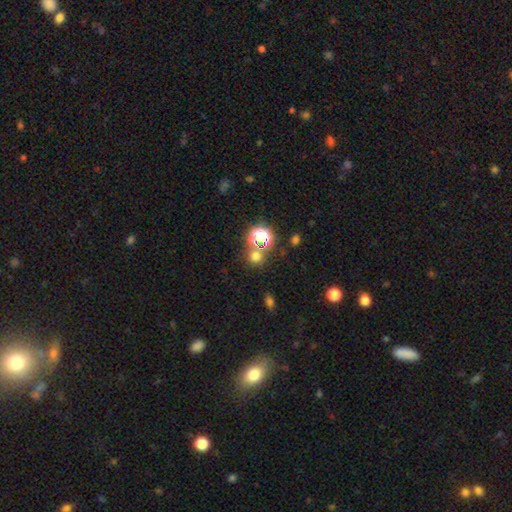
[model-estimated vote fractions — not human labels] smooth 59%, star or artifact 34%, featured or disk 6%. Down the decision tree: how rounded — round (86%); merging — none (72%).